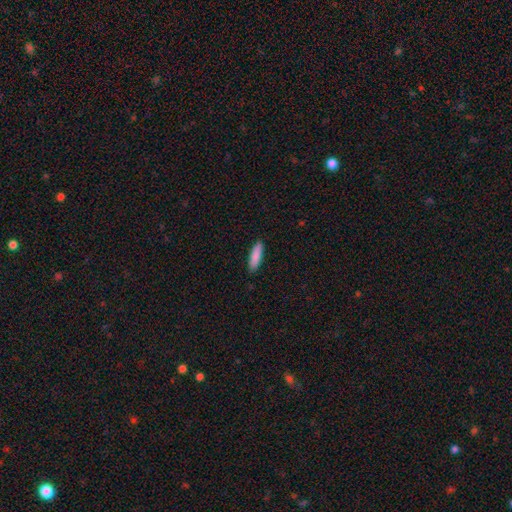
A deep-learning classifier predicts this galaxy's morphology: Smooth or featured?
  - smooth: 88% *
  - featured or disk: 6%
  - star or artifact: 6%
How rounded?
  - cigar-shaped: 68% *
  - in between: 31%
  - round: 1%
Merging?
  - none: 90% *
  - minor disturbance: 8%
  - major disturbance: 2%
  - merger: 1%